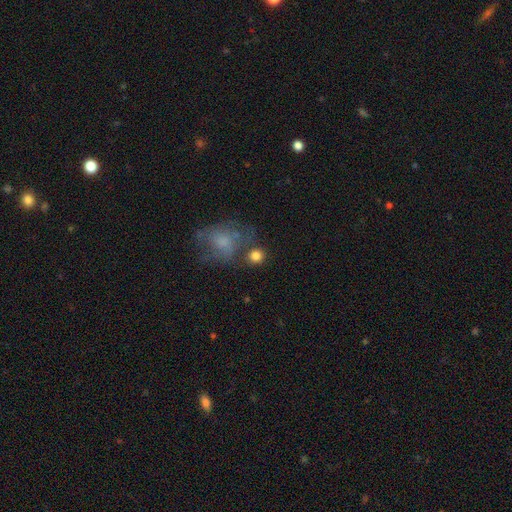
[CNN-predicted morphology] Smooth or featured? smooth (83%)
How rounded? round (87%)
Merging? none (68%)